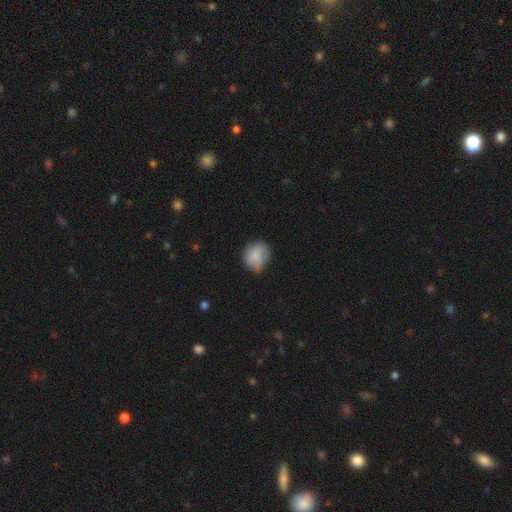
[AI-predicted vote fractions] smooth 81%, featured or disk 12%, star or artifact 8%. Down the decision tree: how rounded — round (62%); merging — none (50%).